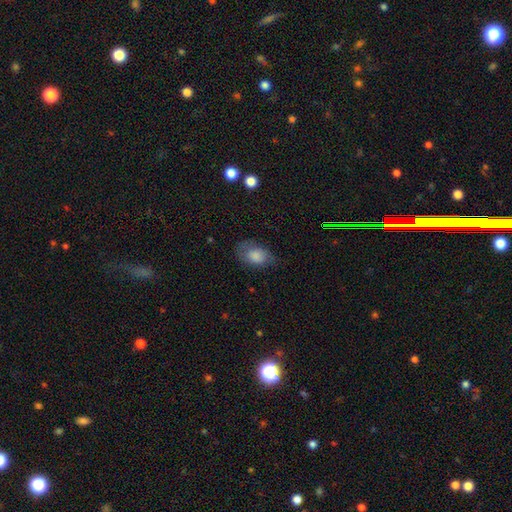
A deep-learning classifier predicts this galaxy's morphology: Smooth or featured?
  - smooth: 76% *
  - featured or disk: 16%
  - star or artifact: 8%
How rounded?
  - in between: 84% *
  - round: 14%
  - cigar-shaped: 2%
Merging?
  - none: 58% *
  - minor disturbance: 28%
  - major disturbance: 13%
  - merger: 1%